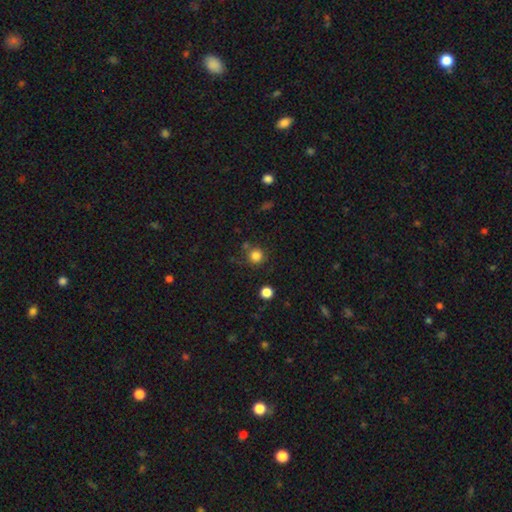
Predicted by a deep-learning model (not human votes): smooth_or_featured: smooth (p=0.83) [alt: star or artifact p=0.13]
how_rounded: round (p=0.94) [alt: in between p=0.05]
merging: none (p=0.78) [alt: minor disturbance p=0.10]